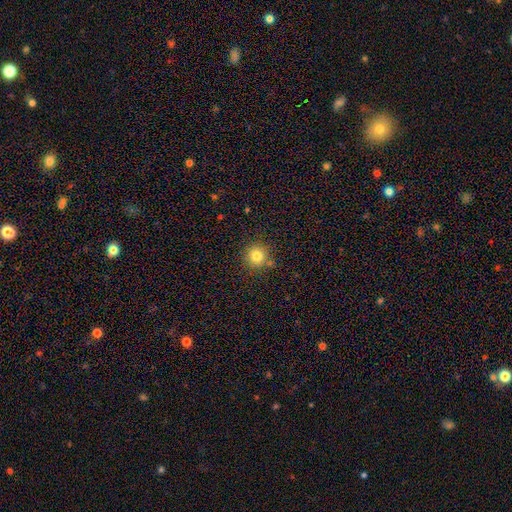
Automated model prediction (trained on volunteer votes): Smooth or featured?
  - smooth: 81% *
  - star or artifact: 12%
  - featured or disk: 6%
How rounded?
  - round: 91% *
  - in between: 8%
  - cigar-shaped: 1%
Merging?
  - none: 81% *
  - minor disturbance: 11%
  - merger: 6%
  - major disturbance: 3%